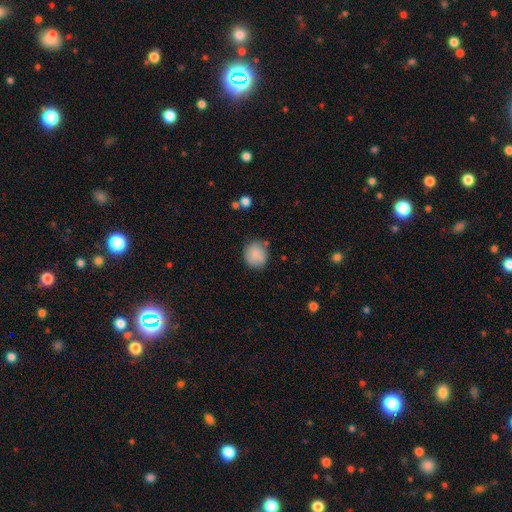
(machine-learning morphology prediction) Smooth or featured?
  - smooth: 84% *
  - featured or disk: 9%
  - star or artifact: 7%
How rounded?
  - round: 85% *
  - in between: 14%
  - cigar-shaped: 1%
Merging?
  - none: 74% *
  - minor disturbance: 17%
  - merger: 5%
  - major disturbance: 4%